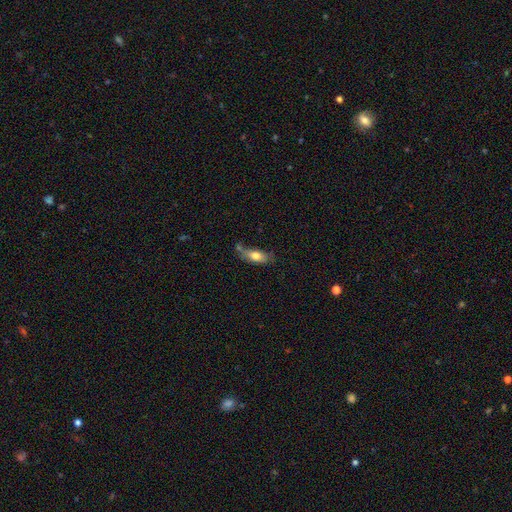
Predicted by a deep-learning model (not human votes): smooth 71%, featured or disk 21%, star or artifact 7%. Down the decision tree: how rounded — in between (74%); merging — none (52%).